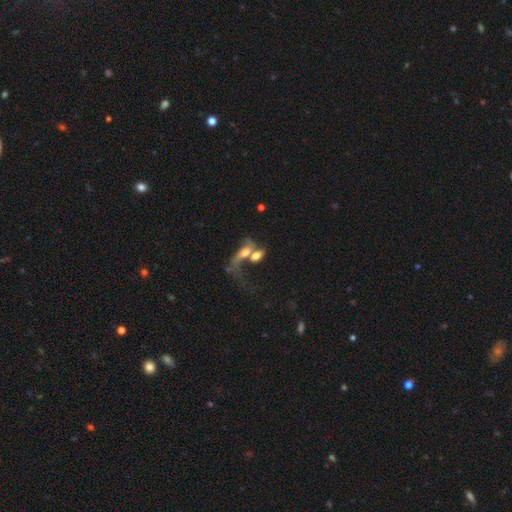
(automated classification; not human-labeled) This appears to be a smooth galaxy with no disk features (47%). Merging: merger (68%).